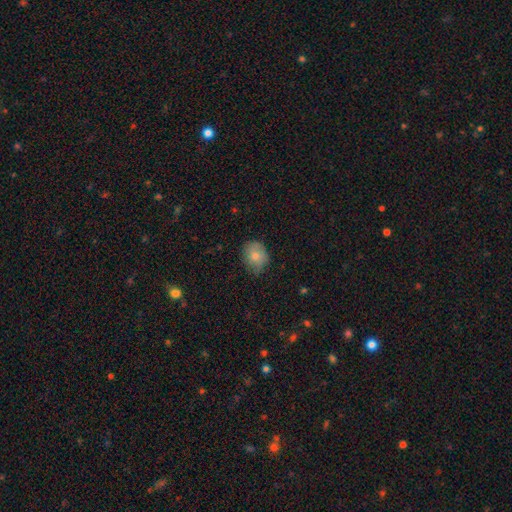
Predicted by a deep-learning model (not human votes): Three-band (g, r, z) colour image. It shows a smooth galaxy with no disk features (78%) that is round (52%). Merging: none (67%).